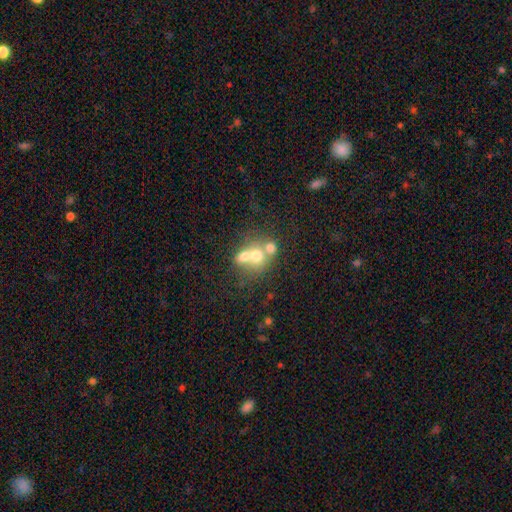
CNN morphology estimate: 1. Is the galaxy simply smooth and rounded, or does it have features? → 60% smooth, 27% featured or disk, 13% star or artifact.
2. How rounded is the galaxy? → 67% round, 32% in between, 1% cigar-shaped.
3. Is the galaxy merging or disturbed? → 64% merger, 26% none, 6% minor disturbance, 4% major disturbance.